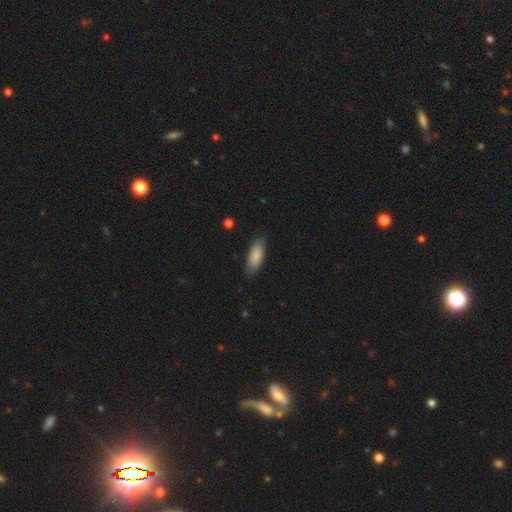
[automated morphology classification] Smooth or featured? Predicted: smooth (p=0.82). How rounded? Predicted: in between (p=0.72). Merging? Predicted: none (p=0.76).